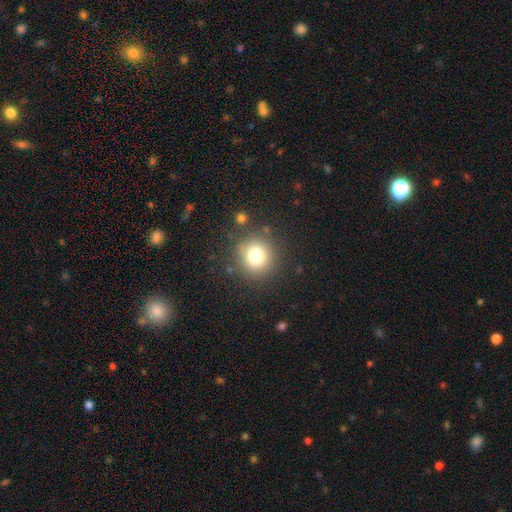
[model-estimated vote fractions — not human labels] smooth 77%, star or artifact 14%, featured or disk 9%. Down the decision tree: how rounded — round (92%); merging — none (85%).